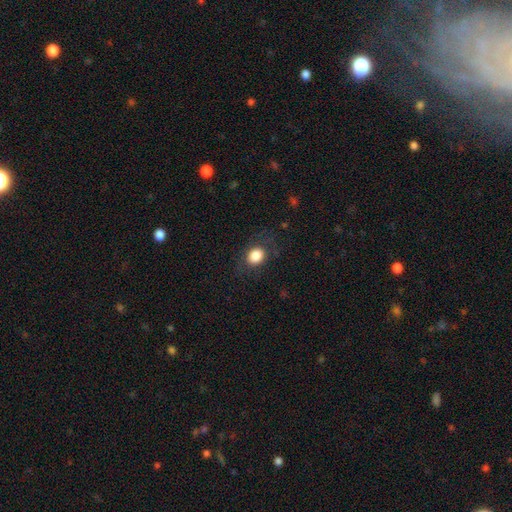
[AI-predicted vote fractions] A smooth galaxy with no disk features (84%) that is round (52%). Merging: none (78%).